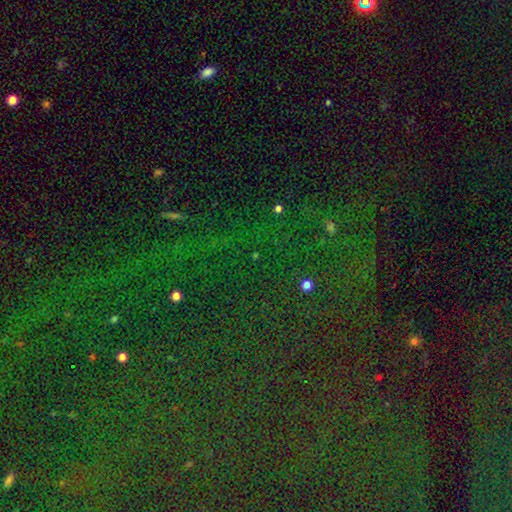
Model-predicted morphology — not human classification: Smooth or featured: star or artifact — 75% (smooth — 16%)